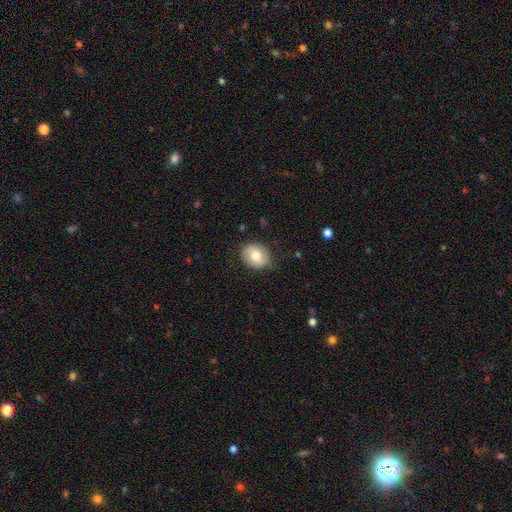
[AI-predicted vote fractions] smooth-or-featured: smooth: 69% | featured or disk: 24% | star or artifact: 7%
  how-rounded: round: 62% | in between: 37% | cigar-shaped: 1%
  merging: none: 81% | minor disturbance: 14% | major disturbance: 4% | merger: 1%